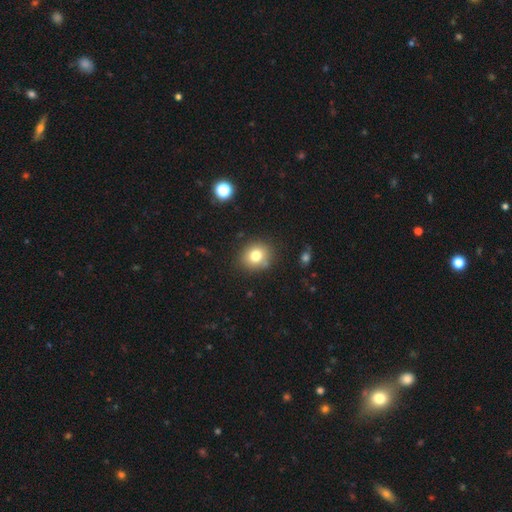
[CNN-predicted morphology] type=smooth (77%); roundness=round (78%); merging=none (85%).